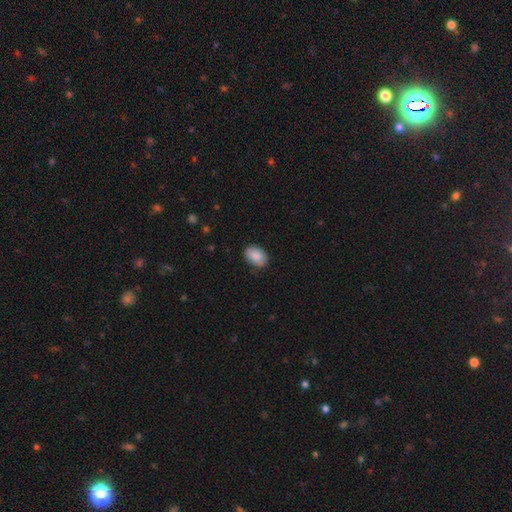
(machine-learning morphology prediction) Smooth or featured: smooth — 88% (star or artifact — 7%)
How rounded: in between — 83% (round — 16%)
Merging: none — 82% (minor disturbance — 14%)